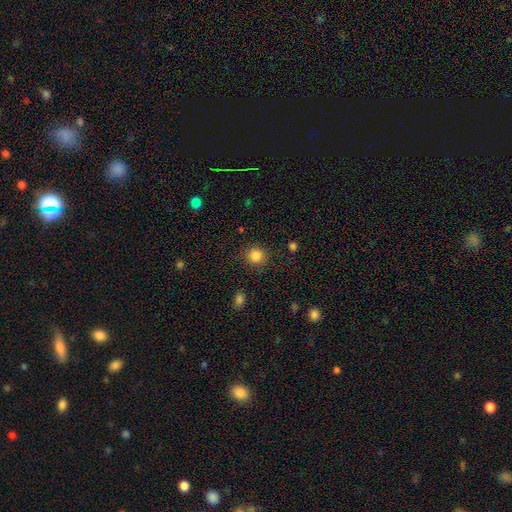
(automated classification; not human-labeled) Q: Smooth or featured?
A: smooth (85%); runner-up: star or artifact (11%)
Q: How rounded?
A: round (91%); runner-up: in between (8%)
Q: Merging?
A: none (87%); runner-up: minor disturbance (8%)